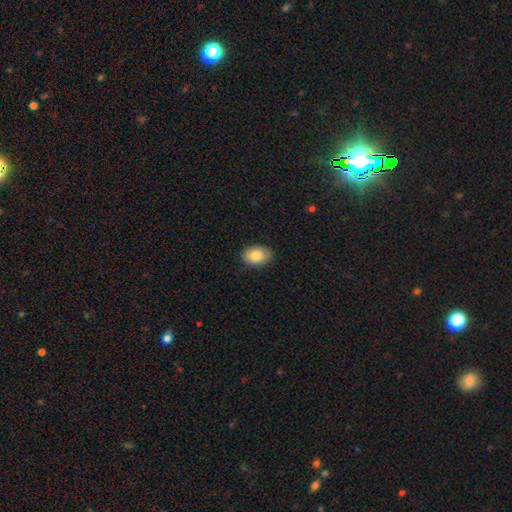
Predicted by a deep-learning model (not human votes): Overall: smooth (86%). How rounded: in between (84%). Merging: none (86%).